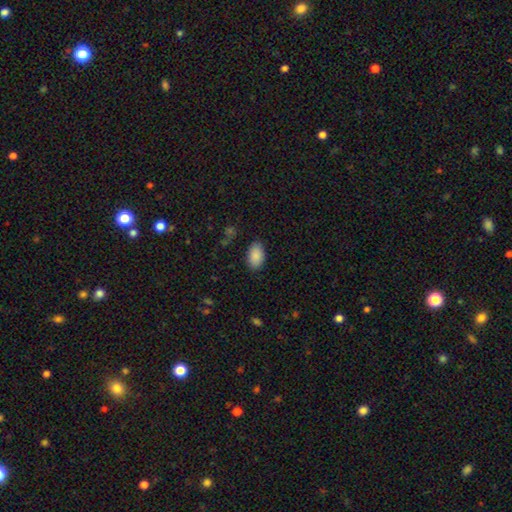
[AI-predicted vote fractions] Smooth or featured? smooth (89%)
How rounded? in between (94%)
Merging? none (85%)